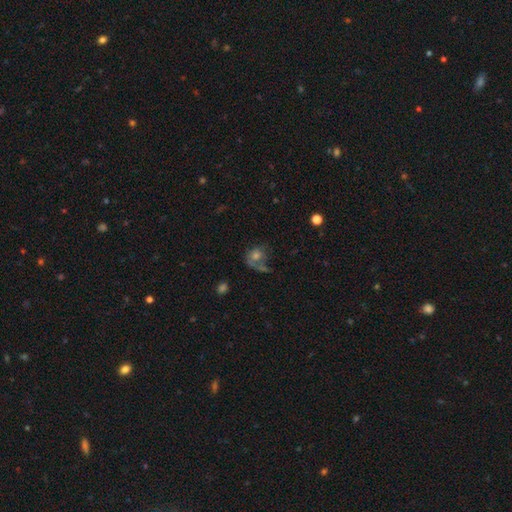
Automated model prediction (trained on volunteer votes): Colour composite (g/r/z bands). It shows a smooth galaxy with no disk features (48%). Merging: none (39%).